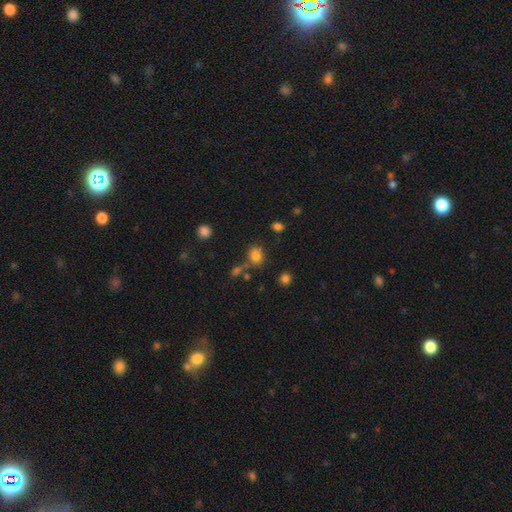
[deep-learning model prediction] Morphology: type=smooth (81%); roundness=round (53%); merging=none (69%).